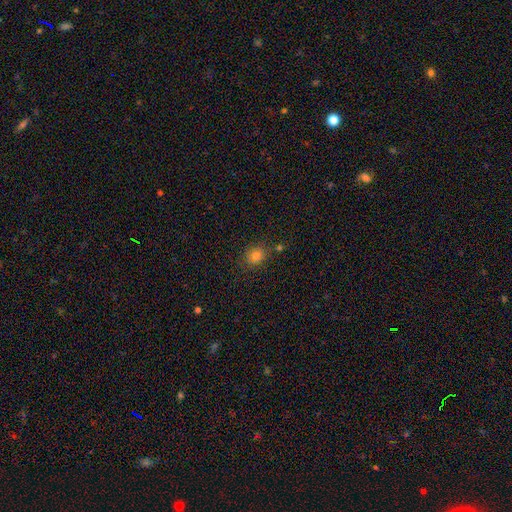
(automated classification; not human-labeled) This appears to be a smooth galaxy with no disk features (79%) that is round (67%). Merging: none (79%).